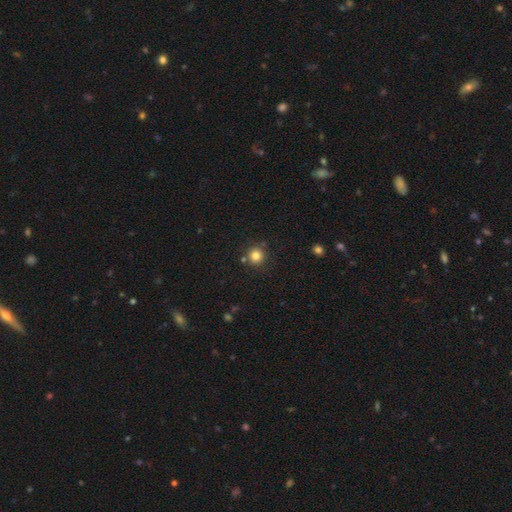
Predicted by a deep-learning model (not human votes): Smooth or featured?
  - smooth: 82% *
  - star or artifact: 13%
  - featured or disk: 6%
How rounded?
  - round: 94% *
  - in between: 5%
  - cigar-shaped: 1%
Merging?
  - none: 83% *
  - minor disturbance: 8%
  - merger: 6%
  - major disturbance: 3%